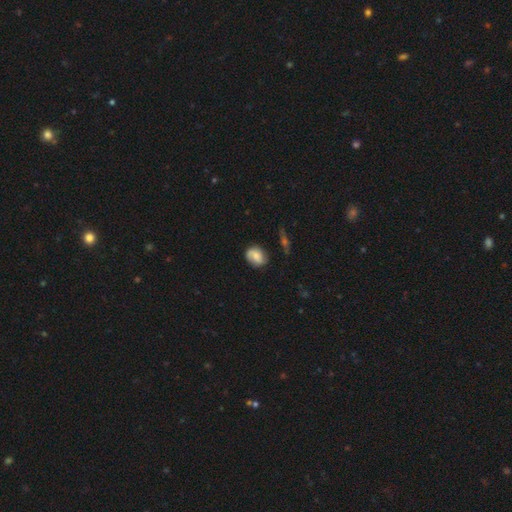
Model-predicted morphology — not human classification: This is possibly a smooth galaxy (55%). How rounded: possibly in between (51%). Merging: likely none (72%).